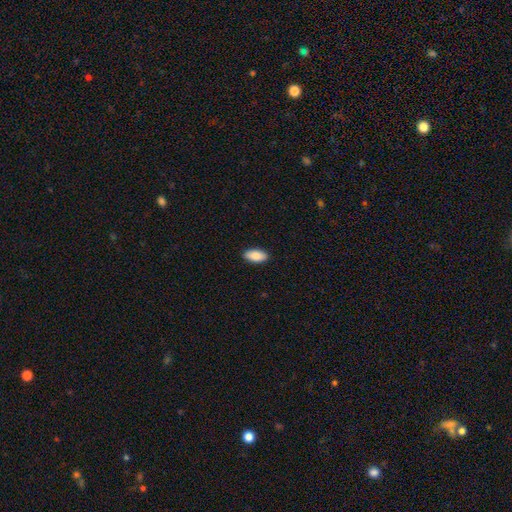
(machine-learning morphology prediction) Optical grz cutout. It shows a smooth galaxy with no disk features (89%) that is in between round and cigar-shaped (93%). Merging: none (90%).